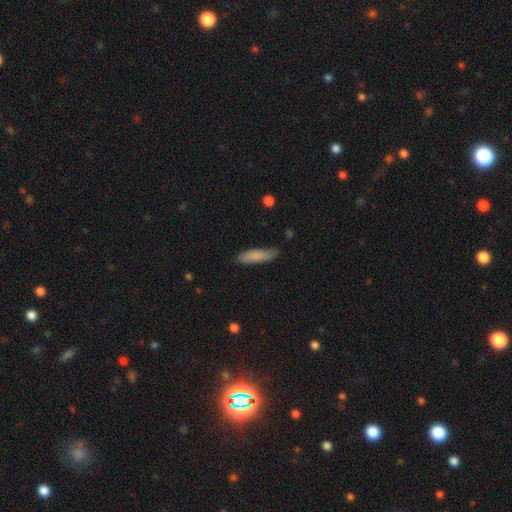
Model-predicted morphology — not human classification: type=smooth (84%); roundness=cigar-shaped (70%); merging=none (79%).